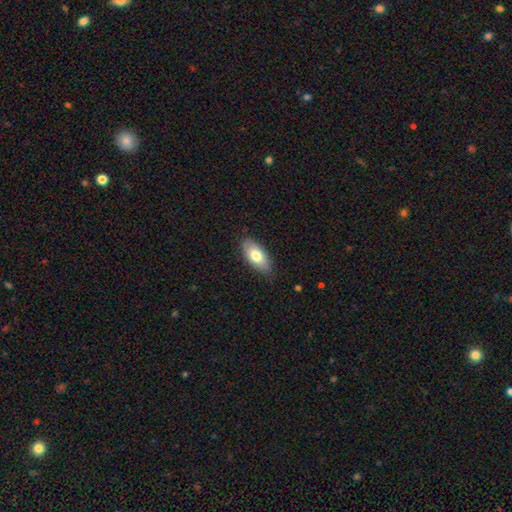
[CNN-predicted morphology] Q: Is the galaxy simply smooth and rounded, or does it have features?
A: smooth — 76%.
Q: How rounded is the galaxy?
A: in between — 91%.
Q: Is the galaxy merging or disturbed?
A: none — 84%.